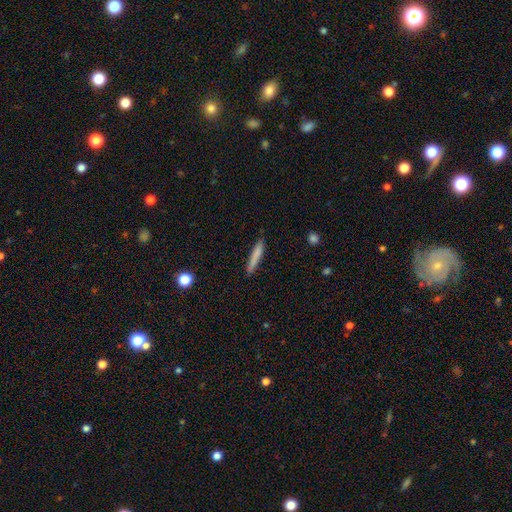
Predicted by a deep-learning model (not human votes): The model was most divided on "smooth or featured": smooth: 77%, featured or disk: 17%, star or artifact: 7%. More confident: how rounded — cigar-shaped (94%); merging — none (85%).